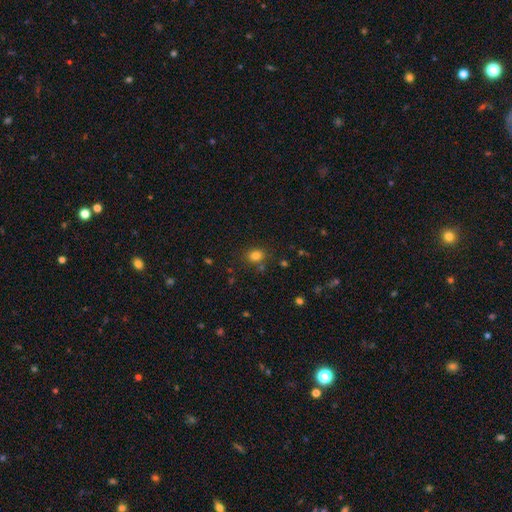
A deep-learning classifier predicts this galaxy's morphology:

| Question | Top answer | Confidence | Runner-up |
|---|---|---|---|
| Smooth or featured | smooth | 80% | star or artifact (14%) |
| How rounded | round | 51% | in between (48%) |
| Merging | none | 78% | minor disturbance (12%) |